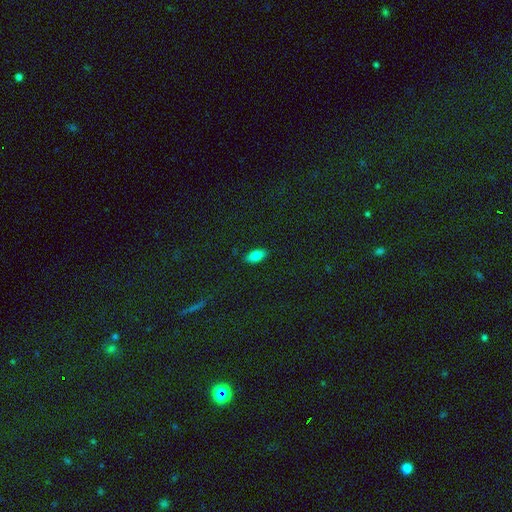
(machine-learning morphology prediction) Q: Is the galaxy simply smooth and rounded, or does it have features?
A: smooth — 82%.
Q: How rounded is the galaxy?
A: in between — 89%.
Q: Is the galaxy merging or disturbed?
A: none — 88%.